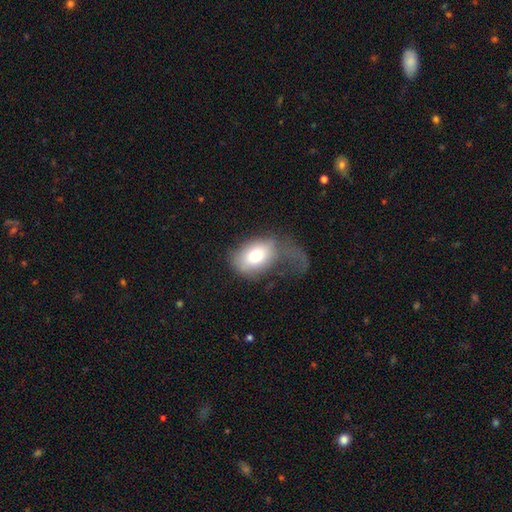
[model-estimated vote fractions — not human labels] Morphology: type=smooth (72%); roundness=in between (77%); merging=major disturbance (52%).